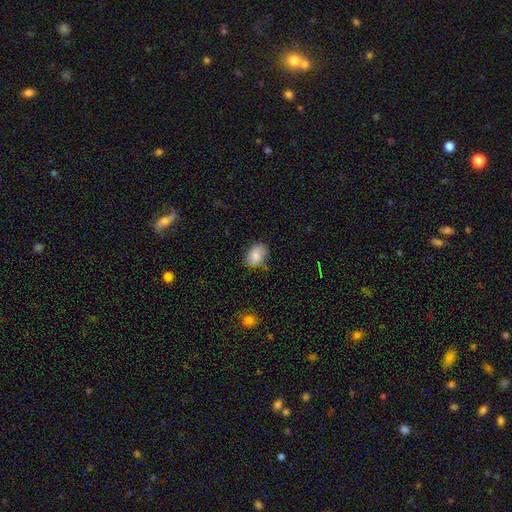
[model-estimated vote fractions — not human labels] This is clearly a smooth galaxy (81%). How rounded: clearly in between (81%). Merging: likely none (70%).